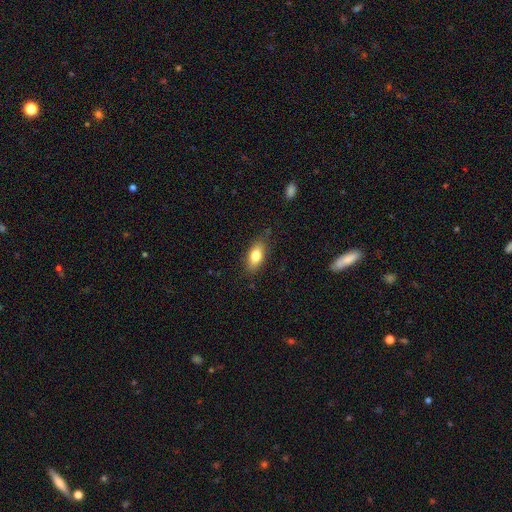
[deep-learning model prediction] Smooth or featured? Predicted: smooth (p=0.78). How rounded? Predicted: in between (p=0.83). Merging? Predicted: none (p=0.80).